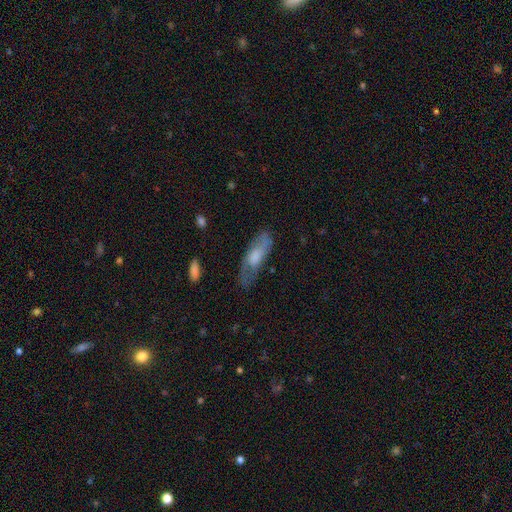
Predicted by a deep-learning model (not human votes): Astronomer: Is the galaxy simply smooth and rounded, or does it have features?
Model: smooth — 50% (runner-up: featured or disk, 43%).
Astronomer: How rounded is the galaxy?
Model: in between — 62%.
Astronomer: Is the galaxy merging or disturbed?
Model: none — 53% (runner-up: minor disturbance, 28%).